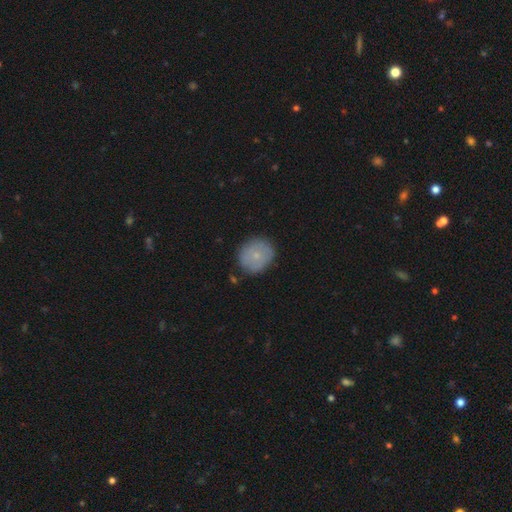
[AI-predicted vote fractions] The model was most divided on "smooth or featured": smooth: 66%, featured or disk: 27%, star or artifact: 7%. More confident: how rounded — round (83%); merging — none (80%).